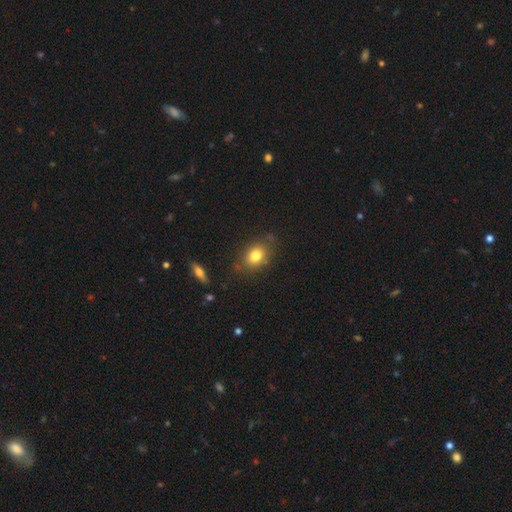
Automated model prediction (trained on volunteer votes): Q: Smooth or featured?
A: smooth (79%); runner-up: featured or disk (11%)
Q: How rounded?
A: in between (67%); runner-up: round (31%)
Q: Merging?
A: none (75%); runner-up: minor disturbance (16%)